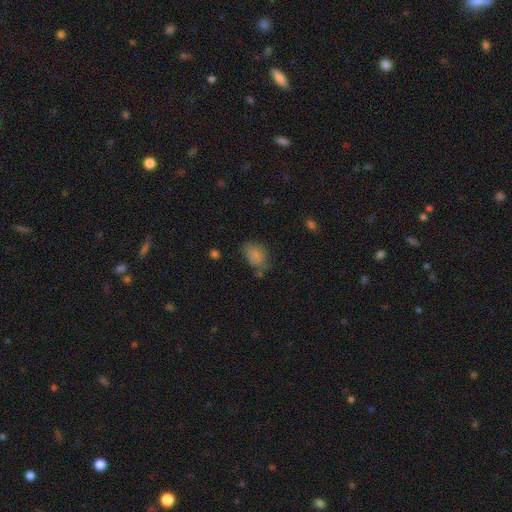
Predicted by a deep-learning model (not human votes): Overall: smooth (80%). How rounded: in between (83%). Merging: none (56%; minor disturbance 28%).